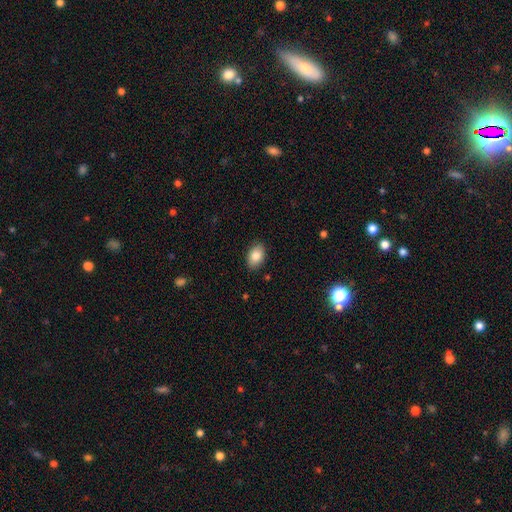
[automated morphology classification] Q: Smooth or featured?
A: smooth (84%); runner-up: featured or disk (8%)
Q: How rounded?
A: in between (88%); runner-up: round (11%)
Q: Merging?
A: none (87%); runner-up: minor disturbance (9%)